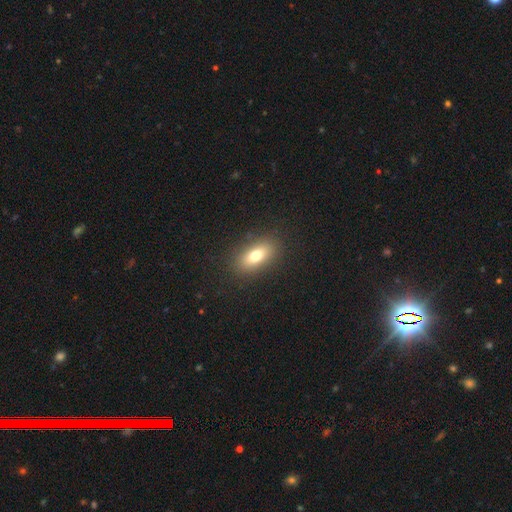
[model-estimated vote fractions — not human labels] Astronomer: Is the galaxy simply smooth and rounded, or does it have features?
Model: smooth — 74%.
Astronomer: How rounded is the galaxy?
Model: in between — 81%.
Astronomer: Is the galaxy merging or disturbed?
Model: none — 87%.